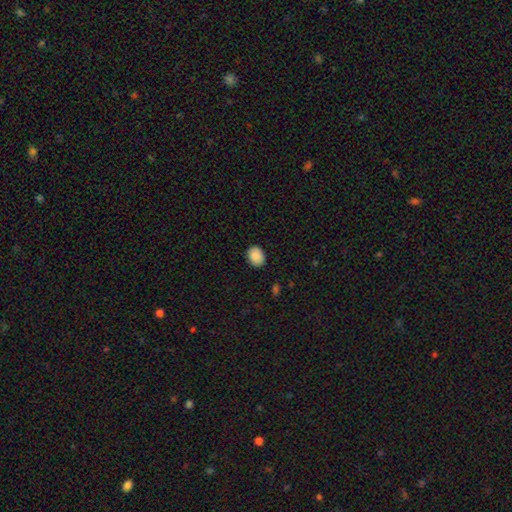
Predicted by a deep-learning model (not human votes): Smooth or featured? smooth (89%)
How rounded? in between (60%)
Merging? none (87%)